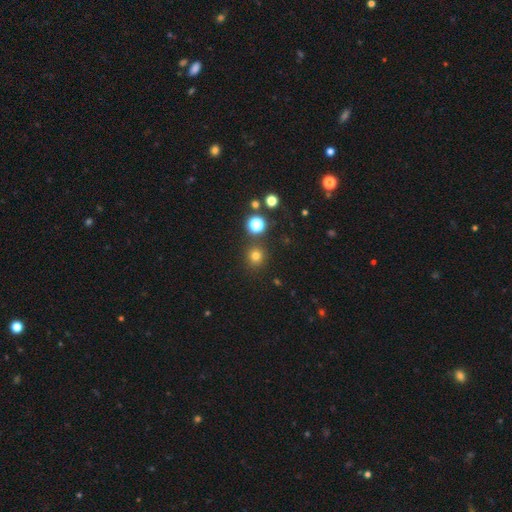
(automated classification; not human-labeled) The model was most divided on "smooth or featured": smooth: 75%, star or artifact: 19%, featured or disk: 6%. More confident: how rounded — round (92%); merging — none (86%).